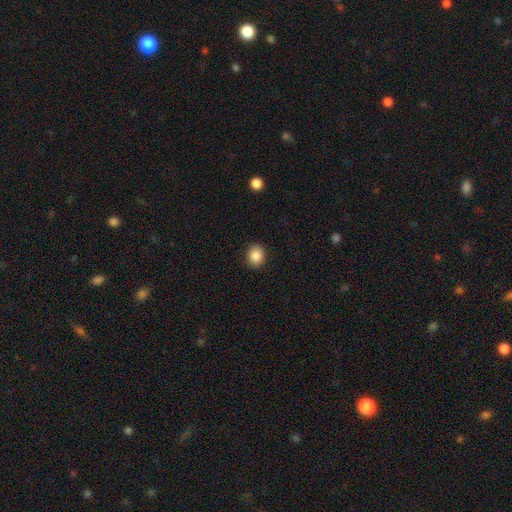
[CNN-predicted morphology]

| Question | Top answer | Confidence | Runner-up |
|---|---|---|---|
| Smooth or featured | smooth | 87% | star or artifact (9%) |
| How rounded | round | 69% | in between (30%) |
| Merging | none | 91% | minor disturbance (6%) |